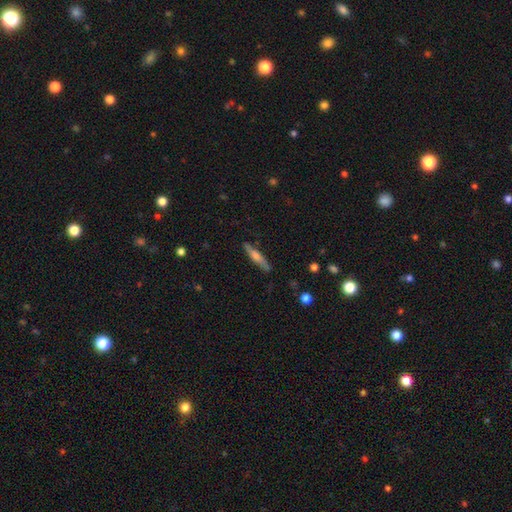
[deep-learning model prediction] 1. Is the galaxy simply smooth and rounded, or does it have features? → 48% featured or disk, 46% smooth, 6% star or artifact.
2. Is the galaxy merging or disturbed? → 85% none, 12% minor disturbance, 2% major disturbance, 1% merger.